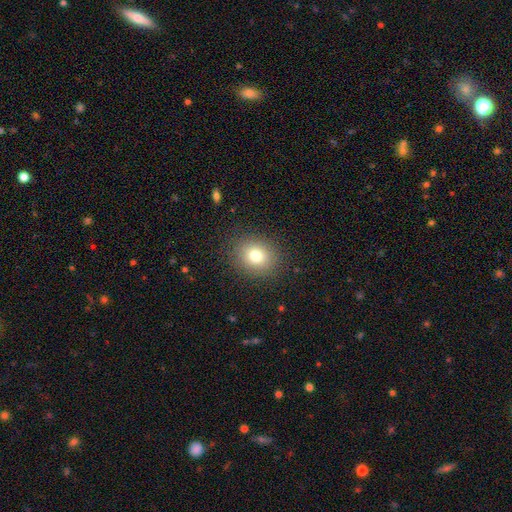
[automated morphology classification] Q: Smooth or featured?
A: smooth (78%); runner-up: star or artifact (13%)
Q: How rounded?
A: round (67%); runner-up: in between (32%)
Q: Merging?
A: none (88%); runner-up: minor disturbance (8%)